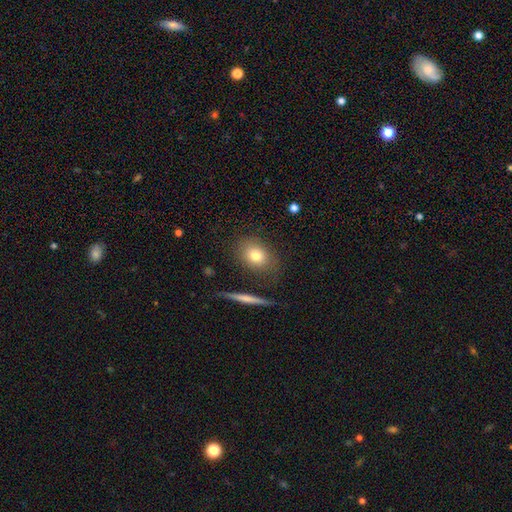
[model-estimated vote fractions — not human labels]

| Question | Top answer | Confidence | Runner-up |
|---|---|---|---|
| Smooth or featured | smooth | 77% | featured or disk (13%) |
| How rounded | in between | 53% | round (43%) |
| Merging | none | 80% | minor disturbance (12%) |